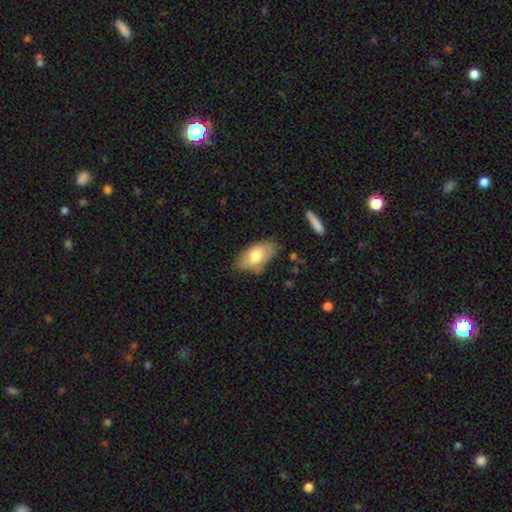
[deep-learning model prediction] Smooth or featured: smooth — 72% (featured or disk — 22%)
How rounded: in between — 93% (round — 4%)
Merging: none — 66% (minor disturbance — 26%)